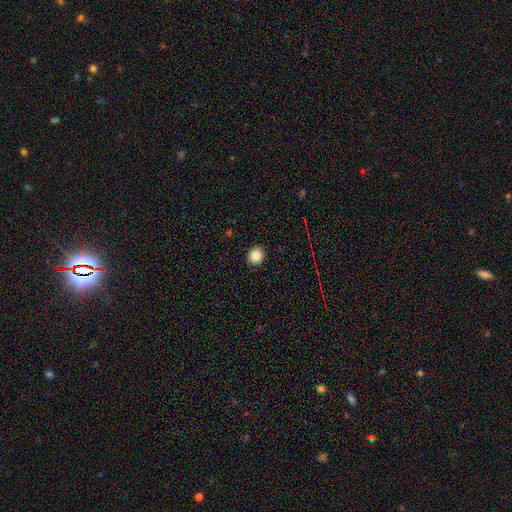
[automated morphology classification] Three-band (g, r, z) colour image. It shows a smooth galaxy with no disk features (86%) that is round (84%). Merging: none (92%).